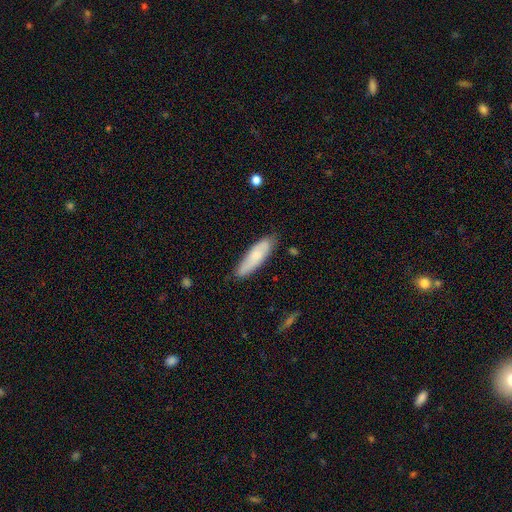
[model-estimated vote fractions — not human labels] smooth_or_featured: smooth (p=0.73) [alt: featured or disk p=0.21]
how_rounded: cigar-shaped (p=0.62) [alt: in between p=0.36]
merging: none (p=0.80) [alt: minor disturbance p=0.16]